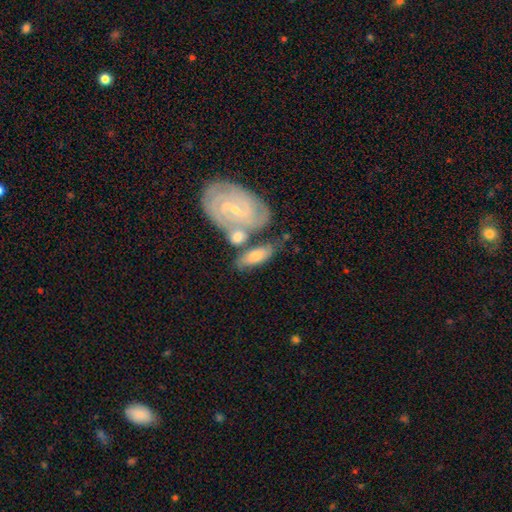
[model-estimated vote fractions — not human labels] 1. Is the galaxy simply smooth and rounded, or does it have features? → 48% featured or disk, 46% smooth, 6% star or artifact.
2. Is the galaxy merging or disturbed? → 46% none, 33% merger, 16% minor disturbance, 6% major disturbance.